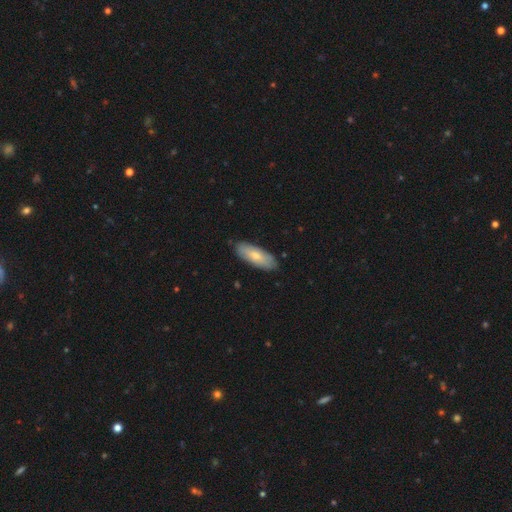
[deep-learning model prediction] Smooth or featured? smooth (73%)
How rounded? in between (73%)
Merging? none (85%)